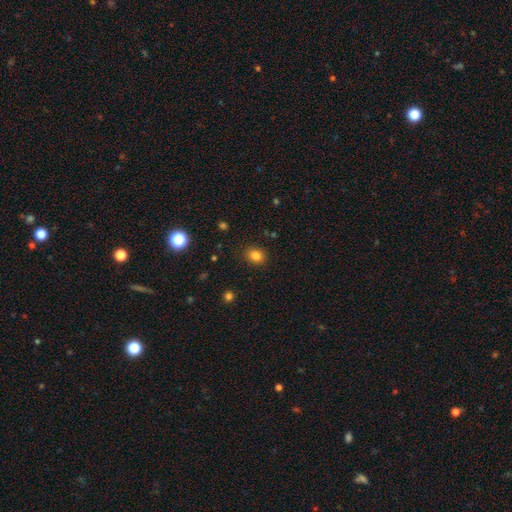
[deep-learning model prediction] This appears to be a smooth galaxy with no disk features (83%) that is round (57%). Merging: none (87%).